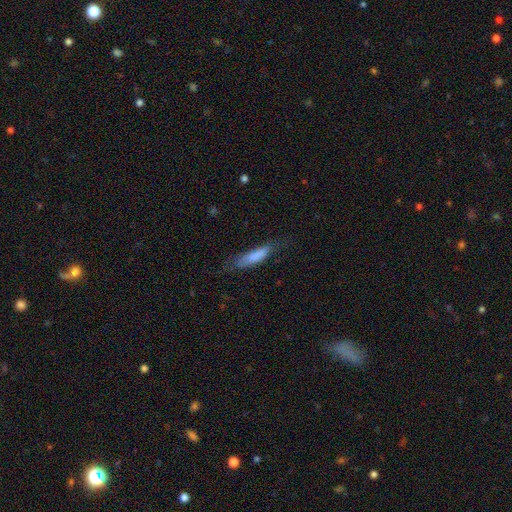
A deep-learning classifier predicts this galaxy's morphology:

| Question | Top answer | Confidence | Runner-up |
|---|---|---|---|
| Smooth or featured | smooth | 76% | featured or disk (18%) |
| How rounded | cigar-shaped | 75% | in between (23%) |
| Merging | none | 62% | minor disturbance (26%) |